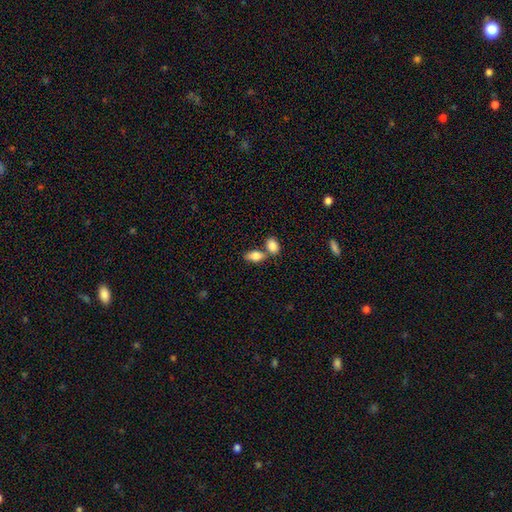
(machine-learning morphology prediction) Smooth or featured: smooth — 84% (featured or disk — 9%)
How rounded: in between — 89% (round — 7%)
Merging: none — 48% (merger — 38%)